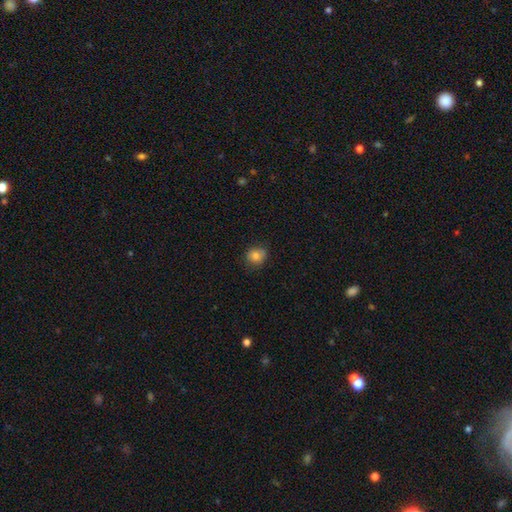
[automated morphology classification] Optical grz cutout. It shows a smooth galaxy with no disk features (82%) that is round (75%). Merging: none (77%).